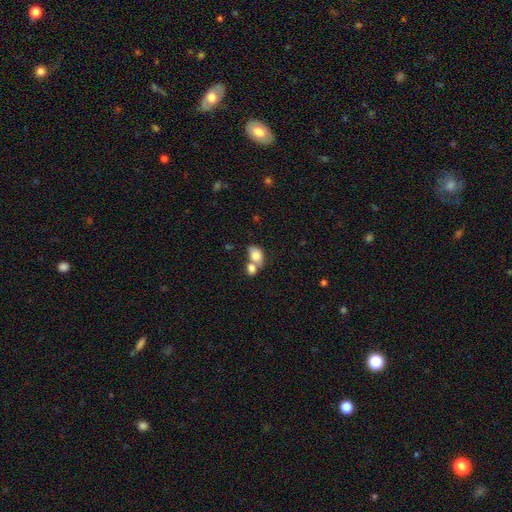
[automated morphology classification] The model was most divided on "merging": merger: 62%, none: 24%, minor disturbance: 9%, major disturbance: 5%. More confident: smooth or featured — smooth (79%); how rounded — in between (77%).